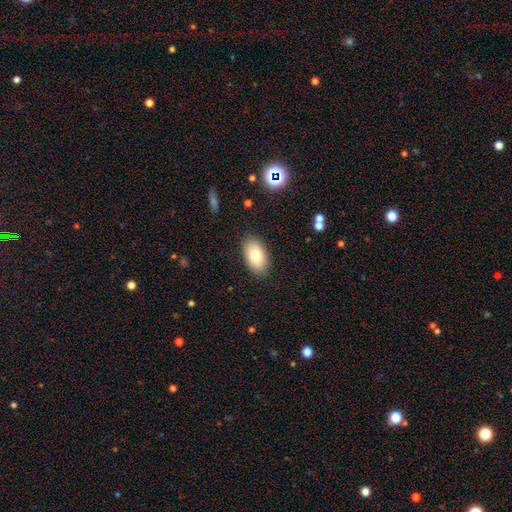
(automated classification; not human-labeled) A smooth galaxy with no disk features (78%) that is in between round and cigar-shaped (93%). Merging: none (87%).